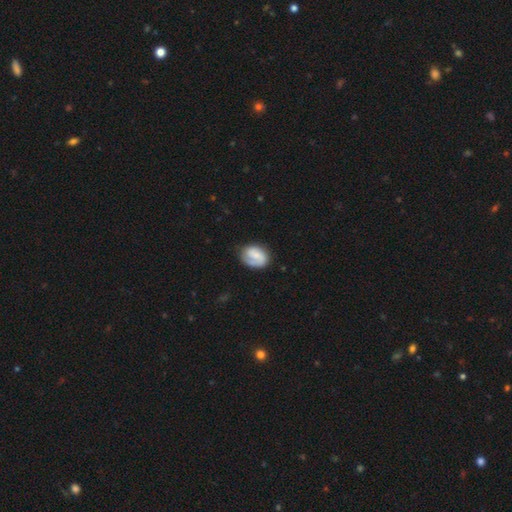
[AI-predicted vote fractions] Morphology: type=featured or disk (47%, tied with smooth); merging=none (66%).